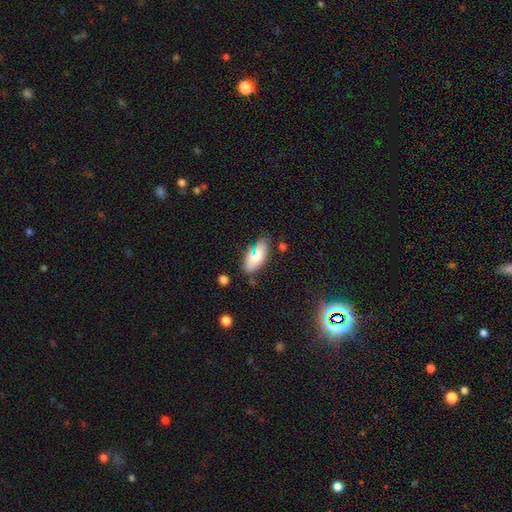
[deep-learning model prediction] Smooth or featured? smooth (76%)
How rounded? in between (87%)
Merging? none (77%)